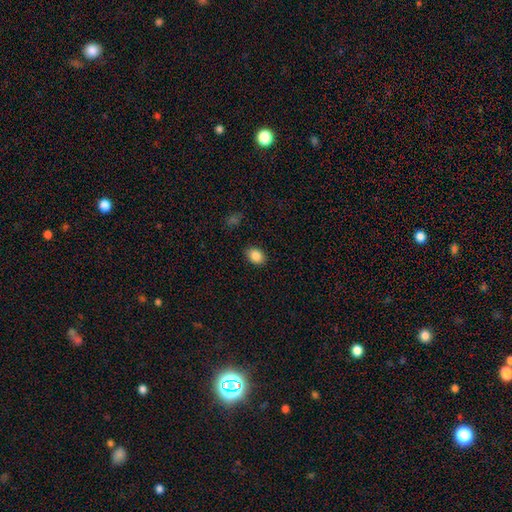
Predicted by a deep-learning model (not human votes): A smooth galaxy with no disk features (87%) that is in between round and cigar-shaped (67%). Merging: none (88%).